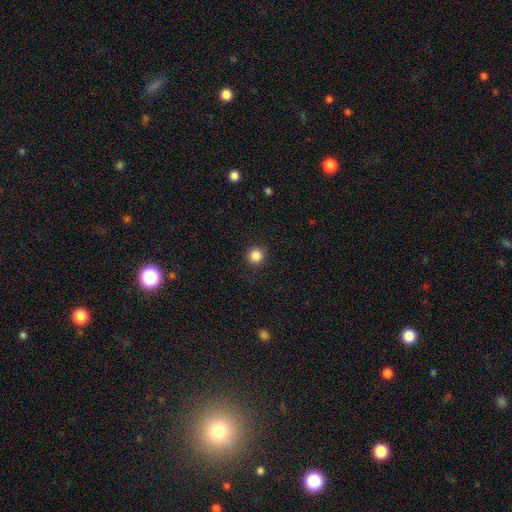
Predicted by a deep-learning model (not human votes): Smooth or featured? smooth (86%)
How rounded? round (94%)
Merging? none (92%)